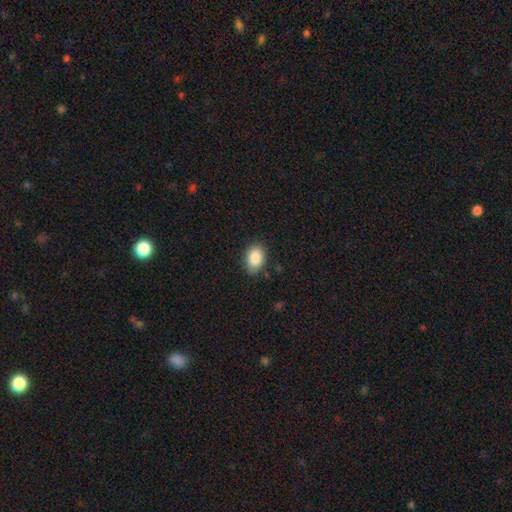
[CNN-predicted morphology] Smooth or featured?
  - smooth: 87% *
  - star or artifact: 8%
  - featured or disk: 6%
How rounded?
  - in between: 83% *
  - round: 16%
  - cigar-shaped: 1%
Merging?
  - none: 79% *
  - minor disturbance: 16%
  - major disturbance: 3%
  - merger: 1%